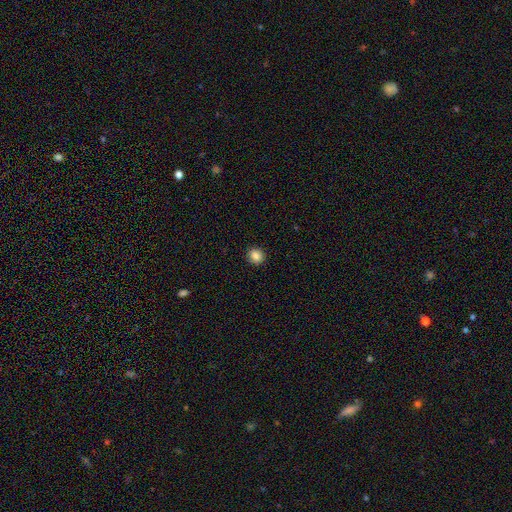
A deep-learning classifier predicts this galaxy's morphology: This is clearly a smooth galaxy (86%). How rounded: clearly round (86%). Merging: clearly none (92%).